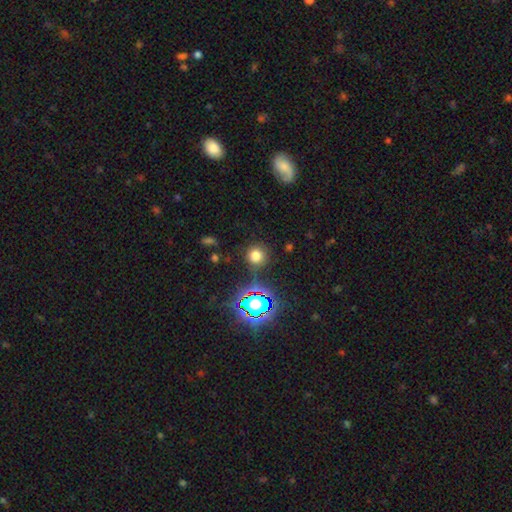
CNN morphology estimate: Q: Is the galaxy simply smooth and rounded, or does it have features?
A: smooth — 69%.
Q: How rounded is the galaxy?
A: round — 93%.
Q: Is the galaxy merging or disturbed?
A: none — 84%.